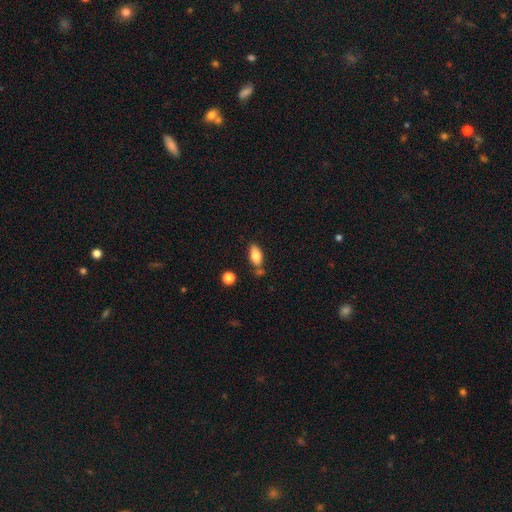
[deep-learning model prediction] Overall: smooth (80%). How rounded: in between (88%). Merging: none (69%).